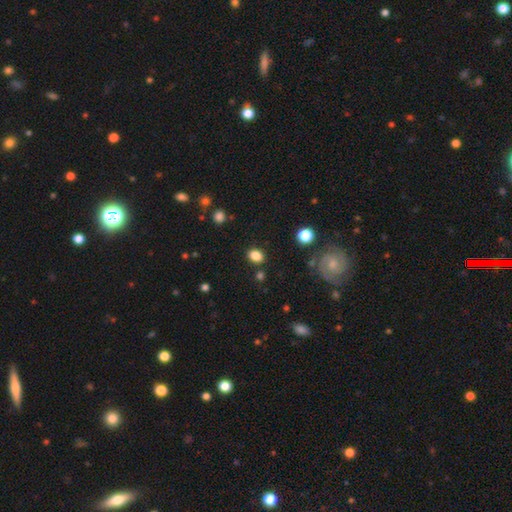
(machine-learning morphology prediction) This appears to be a smooth galaxy with no disk features (84%) that is in between round and cigar-shaped (62%). Merging: none (84%).